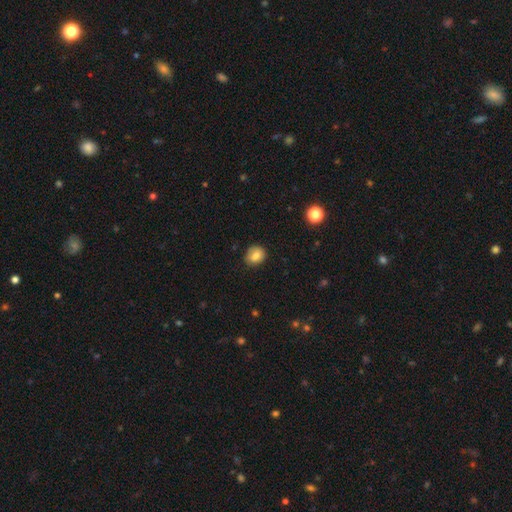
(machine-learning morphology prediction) Smooth or featured: smooth — 81% (star or artifact — 10%)
How rounded: round — 69% (in between — 30%)
Merging: none — 78% (minor disturbance — 17%)